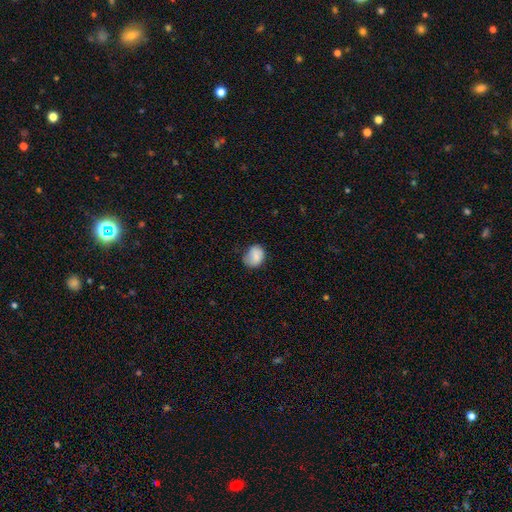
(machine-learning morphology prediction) Overall: smooth (81%). How rounded: round (50%, tied with in between). Merging: none (58%; minor disturbance 32%).